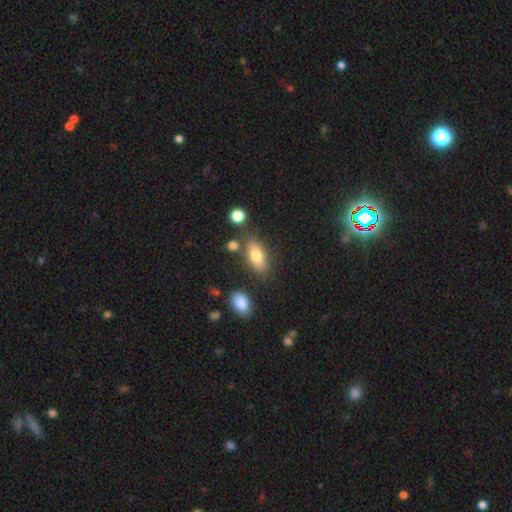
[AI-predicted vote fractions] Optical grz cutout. It shows a smooth galaxy with no disk features (75%) that is in between round and cigar-shaped (84%). Merging: none (72%).